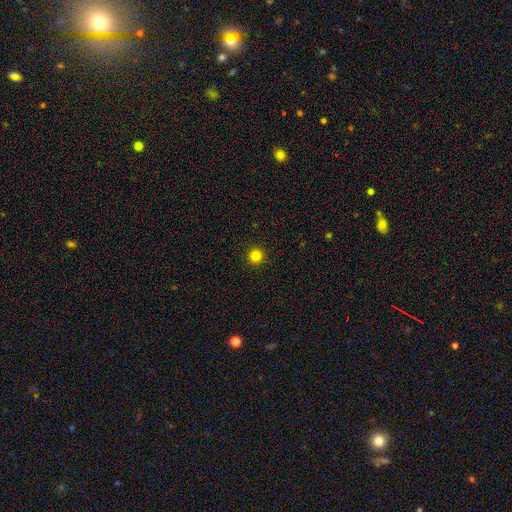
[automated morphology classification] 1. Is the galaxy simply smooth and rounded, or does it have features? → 82% smooth, 14% star or artifact, 4% featured or disk.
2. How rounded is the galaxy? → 96% round, 3% in between, 1% cigar-shaped.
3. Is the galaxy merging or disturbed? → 94% none, 4% minor disturbance, 1% major disturbance, 1% merger.